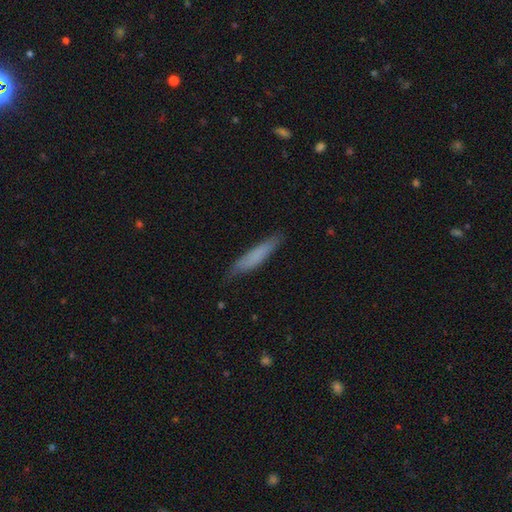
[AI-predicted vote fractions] This appears to be a smooth galaxy with no disk features (73%) that is cigar-shaped (88%). Merging: none (79%).